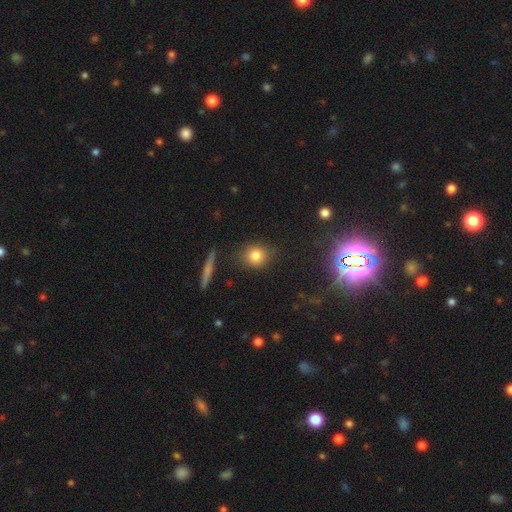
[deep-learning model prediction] Morphology: type=smooth (81%); roundness=round (74%); merging=none (82%).